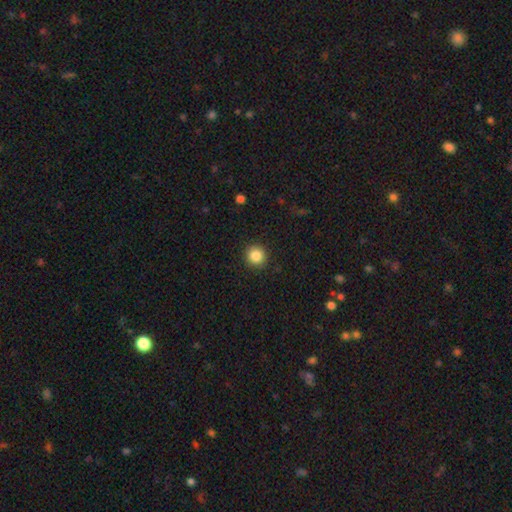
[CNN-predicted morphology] Smooth or featured?
  - smooth: 86% *
  - star or artifact: 10%
  - featured or disk: 4%
How rounded?
  - round: 93% *
  - in between: 6%
  - cigar-shaped: 1%
Merging?
  - none: 92% *
  - minor disturbance: 5%
  - major disturbance: 2%
  - merger: 1%